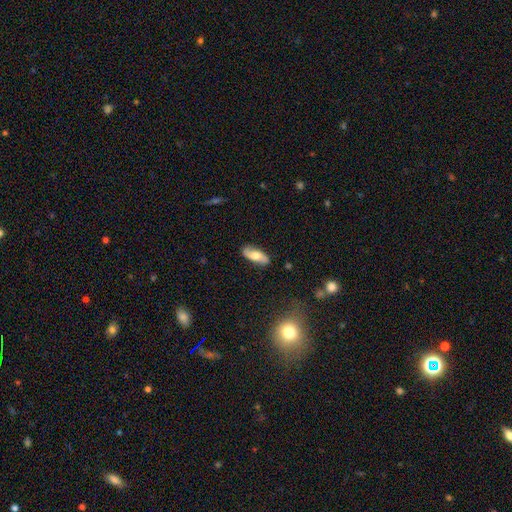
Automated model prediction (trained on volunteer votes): smooth_or_featured: smooth (p=0.57) [alt: featured or disk p=0.36]
how_rounded: in between (p=0.74) [alt: cigar-shaped p=0.23]
merging: none (p=0.84) [alt: minor disturbance p=0.12]